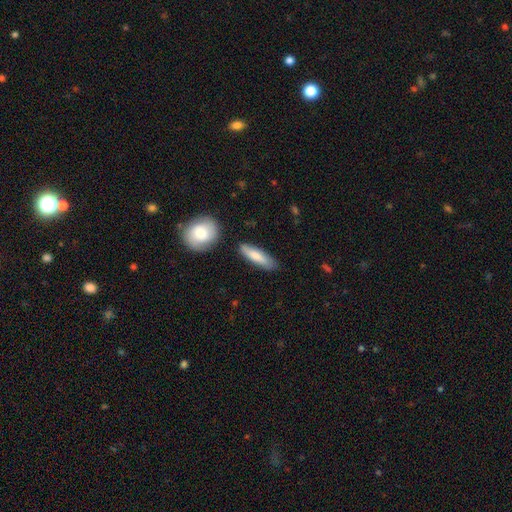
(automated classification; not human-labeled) smooth-or-featured: smooth: 77% | featured or disk: 17% | star or artifact: 5%
  how-rounded: cigar-shaped: 67% | in between: 31% | round: 2%
  merging: none: 79% | minor disturbance: 13% | merger: 5% | major disturbance: 3%